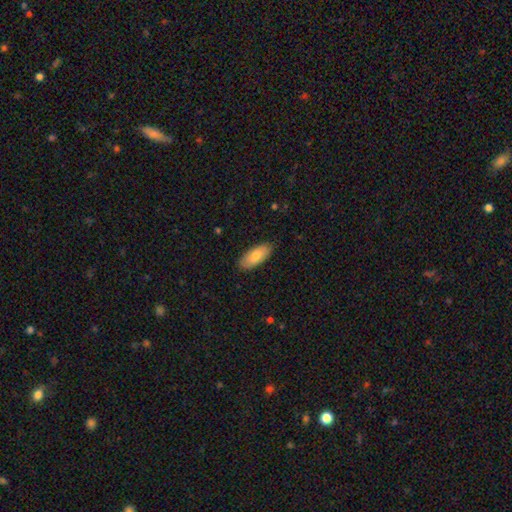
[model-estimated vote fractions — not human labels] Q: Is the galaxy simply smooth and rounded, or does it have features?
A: smooth — 81%.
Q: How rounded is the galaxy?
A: in between — 85%.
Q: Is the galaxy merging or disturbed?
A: none — 88%.